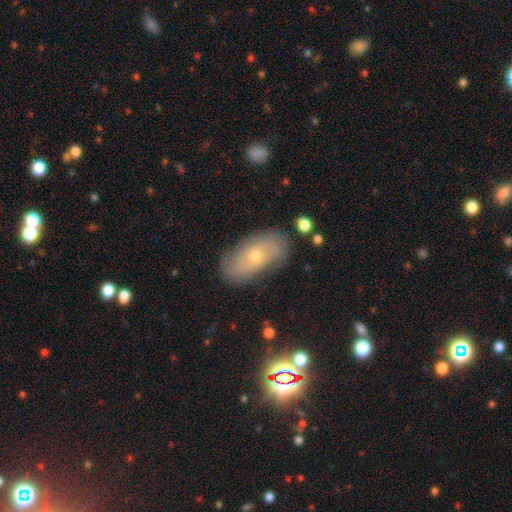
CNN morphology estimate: smooth-or-featured: featured or disk: 44% | smooth: 39% | star or artifact: 17%
  merging: none: 80% | minor disturbance: 14% | major disturbance: 4% | merger: 2%